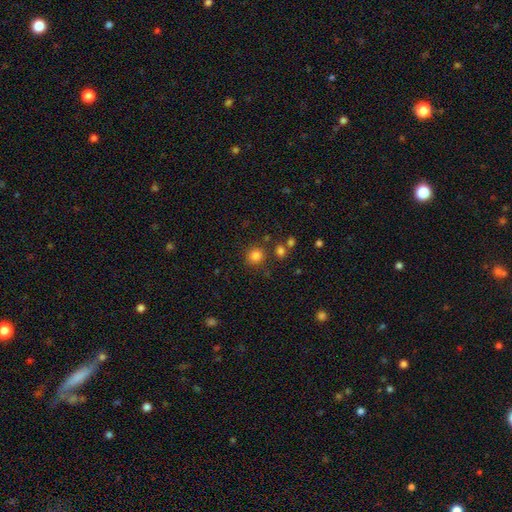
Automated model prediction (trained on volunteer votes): This is clearly a smooth galaxy (82%). How rounded: clearly round (90%). Merging: clearly none (82%).